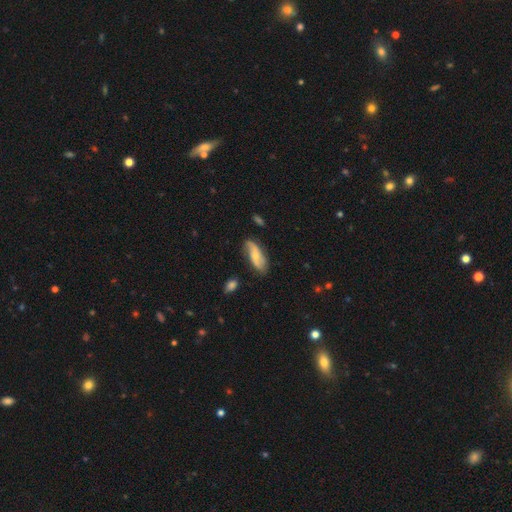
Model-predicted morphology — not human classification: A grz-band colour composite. It shows a featured or disk galaxy (52%). Merging: none (72%).